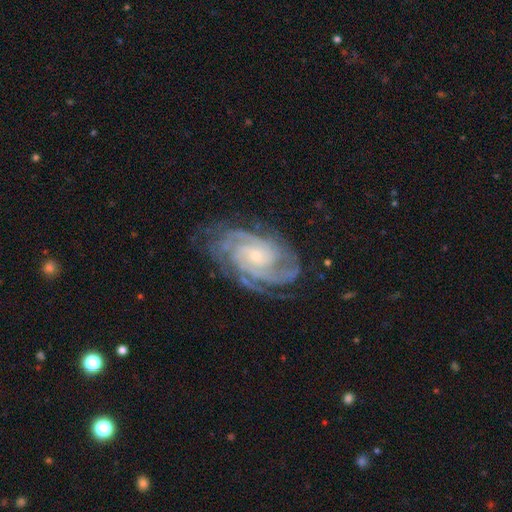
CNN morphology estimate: smooth-or-featured: featured or disk: 90% | star or artifact: 5% | smooth: 4%
  disk-edge-on: no: 97% | yes: 3%
    bar: no: 71% | weak: 22% | strong: 6%
    has-spiral-arms: yes: 98% | no: 2%
      spiral-winding: tight: 68% | medium: 28% | loose: 4%
      spiral-arm-count: 3: 26% | 2: 23% | can't tell: 19% | 4: 19% | more than 4: 7% | 1: 6%
    bulge-size: small: 77% | moderate: 19% | none: 2% | large: 1% | dominant: 1%
  merging: none: 72% | minor disturbance: 18% | major disturbance: 8% | merger: 1%